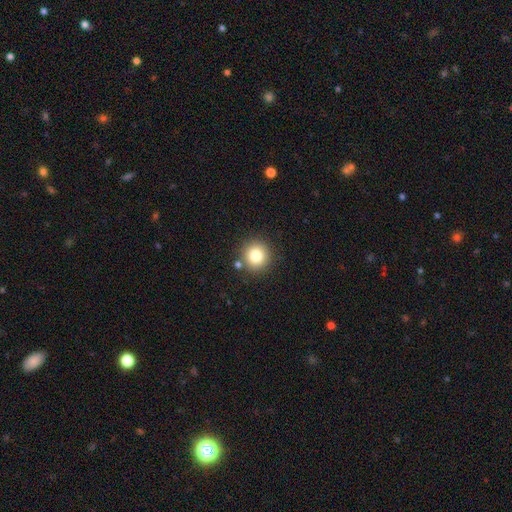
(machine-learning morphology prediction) smooth 81%, star or artifact 12%, featured or disk 8%. Down the decision tree: how rounded — round (93%); merging — none (85%).